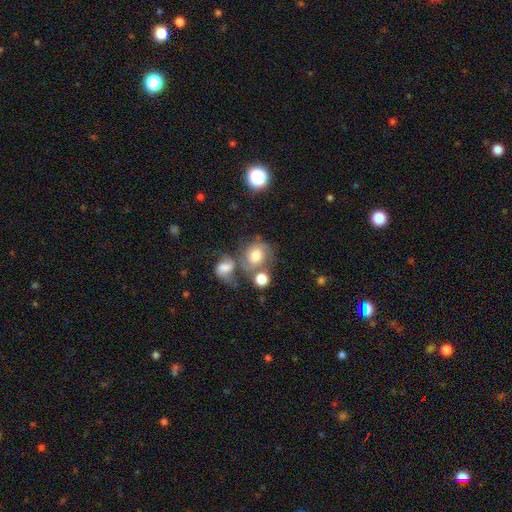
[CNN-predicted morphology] Smooth or featured? featured or disk (54%)
Edge-on disk? no (97%)
Bar? no (67%)
Spiral arms? yes (85%)
Bulge size? moderate (55%)
Merging? merger (41%)